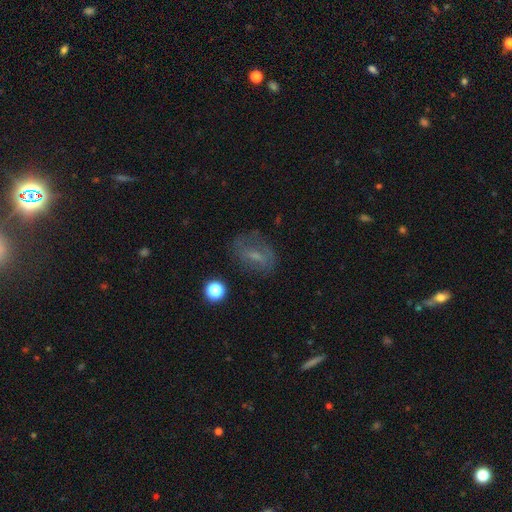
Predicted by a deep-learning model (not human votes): Smooth or featured?
  - smooth: 43% *
  - featured or disk: 42%
  - star or artifact: 15%
Merging?
  - none: 64% *
  - minor disturbance: 21%
  - major disturbance: 13%
  - merger: 2%